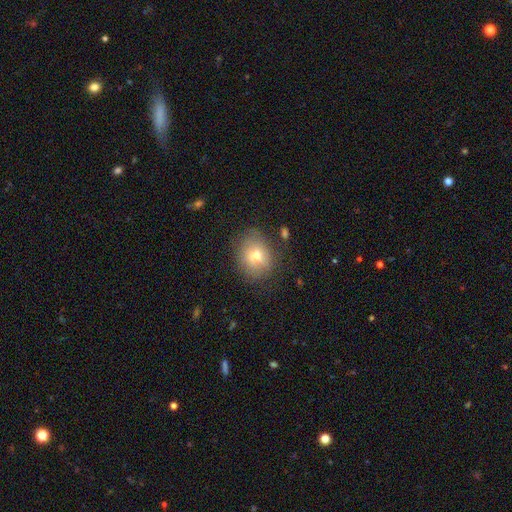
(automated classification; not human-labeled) Smooth or featured? Predicted: smooth (p=0.70). How rounded? Predicted: round (p=0.59). Merging? Predicted: none (p=0.74).